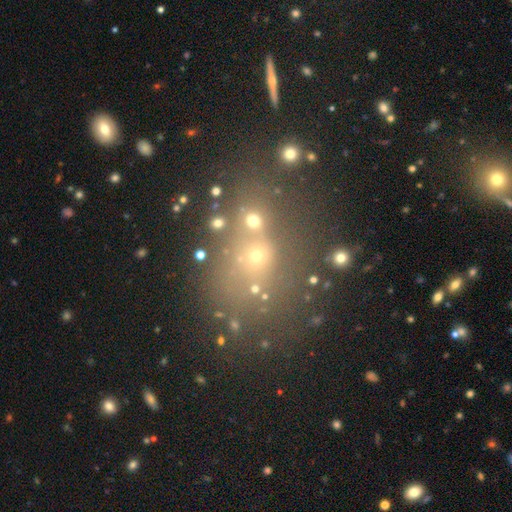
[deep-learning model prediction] smooth_or_featured: star or artifact (p=0.47) [alt: smooth p=0.37]